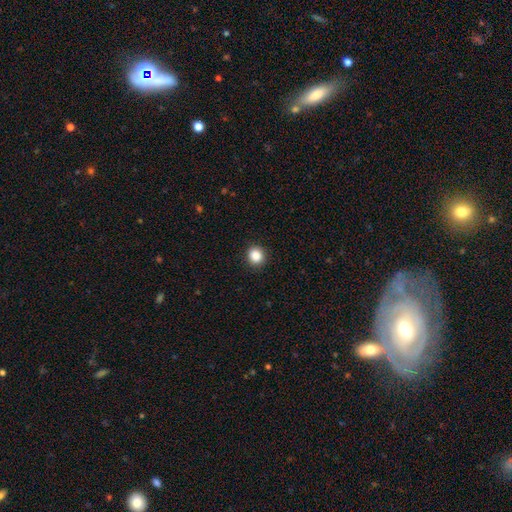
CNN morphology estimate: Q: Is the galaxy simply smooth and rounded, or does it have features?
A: smooth — 87%.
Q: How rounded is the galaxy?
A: round — 84%.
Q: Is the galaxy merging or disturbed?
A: none — 91%.